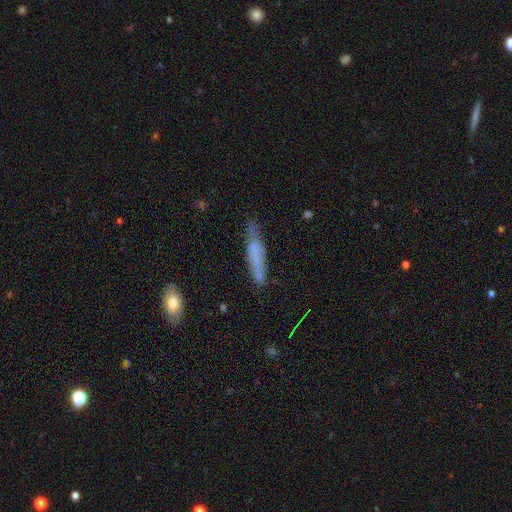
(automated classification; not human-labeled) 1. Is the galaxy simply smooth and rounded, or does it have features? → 62% smooth, 30% featured or disk, 8% star or artifact.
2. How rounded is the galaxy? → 87% cigar-shaped, 11% in between, 2% round.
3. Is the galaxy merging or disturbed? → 72% none, 21% minor disturbance, 5% major disturbance, 2% merger.